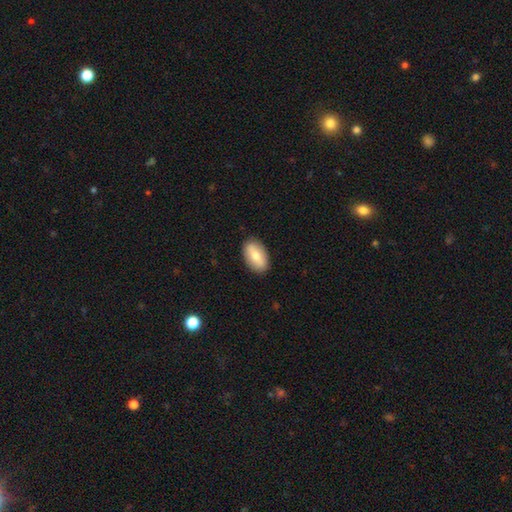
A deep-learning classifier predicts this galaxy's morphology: A smooth galaxy with no disk features (68%) that is in between round and cigar-shaped (92%). Merging: none (88%).